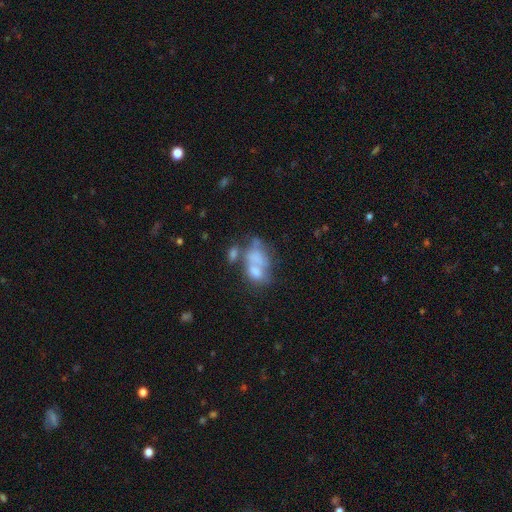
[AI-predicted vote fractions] This is possibly a smooth galaxy (52%). How rounded: clearly in between (82%). Merging: possibly merger (51%).